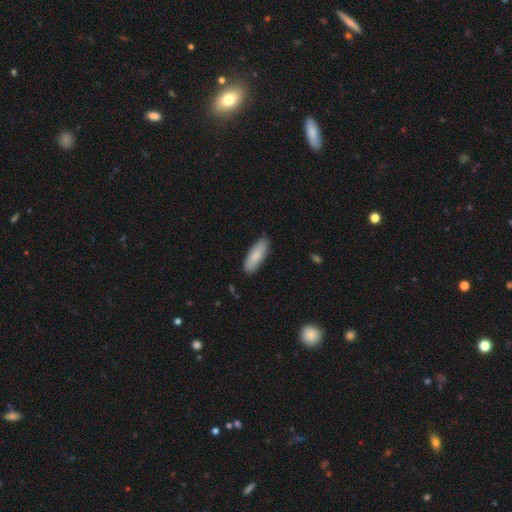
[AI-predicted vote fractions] Smooth or featured? smooth (82%)
How rounded? in between (62%)
Merging? none (86%)